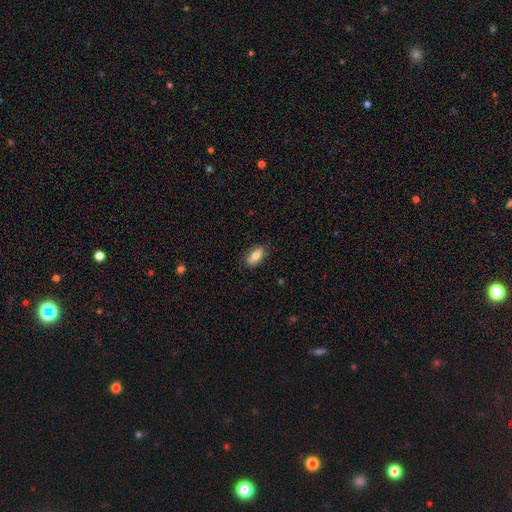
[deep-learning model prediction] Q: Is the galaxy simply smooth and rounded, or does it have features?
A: smooth — 75%.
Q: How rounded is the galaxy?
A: in between — 81%.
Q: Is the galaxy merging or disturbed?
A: none — 82%.